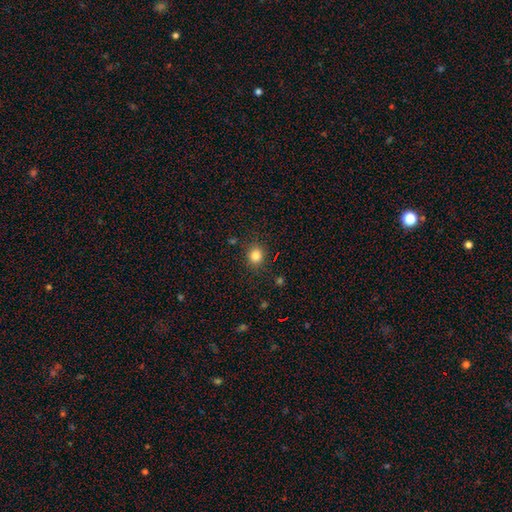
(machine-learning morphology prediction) smooth 82%, star or artifact 12%, featured or disk 5%. Down the decision tree: how rounded — round (80%); merging — none (88%).